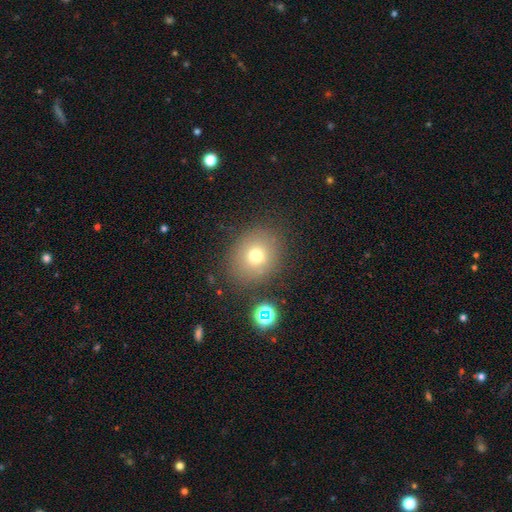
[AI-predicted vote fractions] Smooth or featured? smooth (71%)
How rounded? round (74%)
Merging? none (81%)